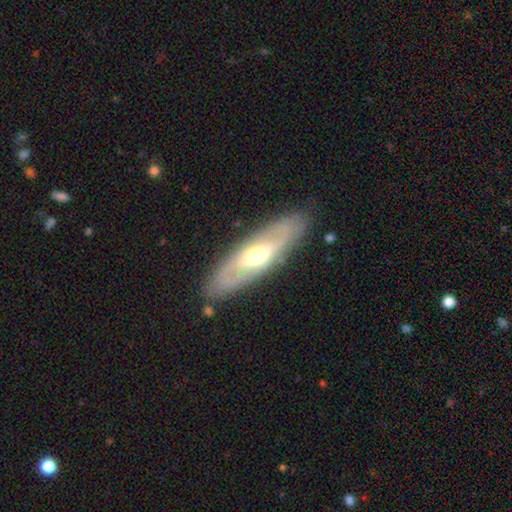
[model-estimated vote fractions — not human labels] Smooth or featured?
  - featured or disk: 59% *
  - smooth: 35%
  - star or artifact: 5%
Edge-on disk?
  - no: 70% *
  - yes: 30%
Merging?
  - none: 85% *
  - minor disturbance: 10%
  - major disturbance: 3%
  - merger: 1%